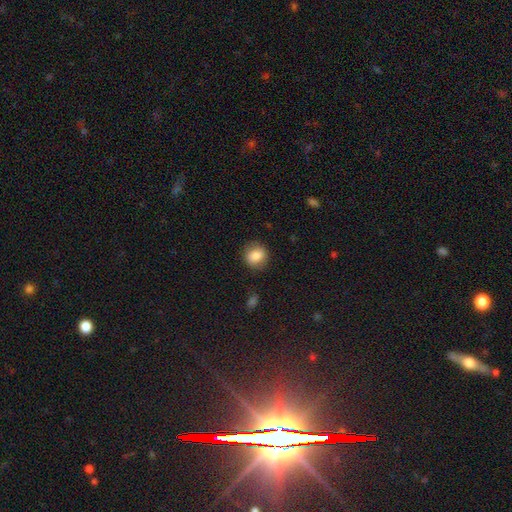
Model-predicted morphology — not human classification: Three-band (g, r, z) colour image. It shows a smooth galaxy with no disk features (84%) that is round (69%). Merging: none (84%).